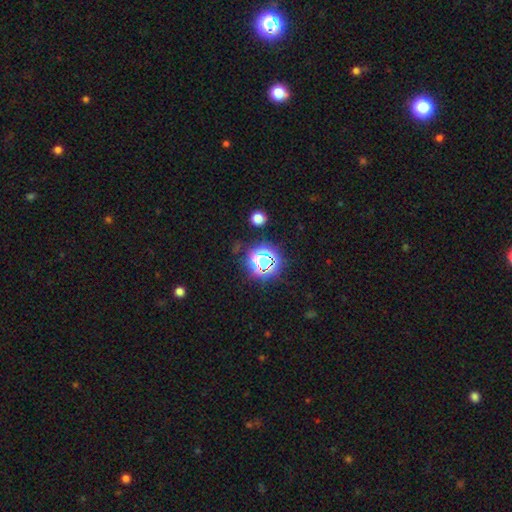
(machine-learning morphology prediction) Smooth or featured? star or artifact (75%)